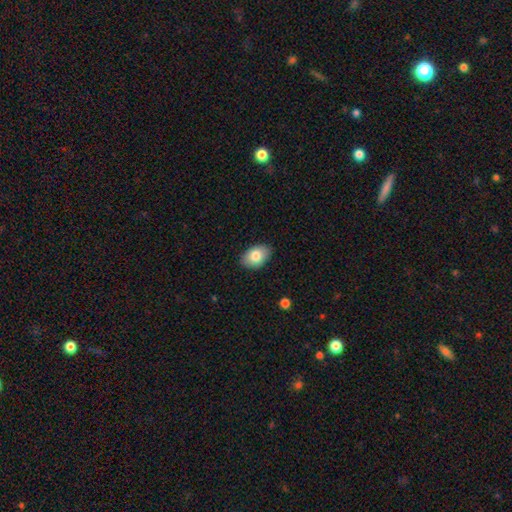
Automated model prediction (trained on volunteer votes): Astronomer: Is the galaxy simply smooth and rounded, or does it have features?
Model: smooth — 81%.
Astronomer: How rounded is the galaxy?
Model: in between — 88%.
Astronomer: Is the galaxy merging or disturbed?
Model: none — 85%.